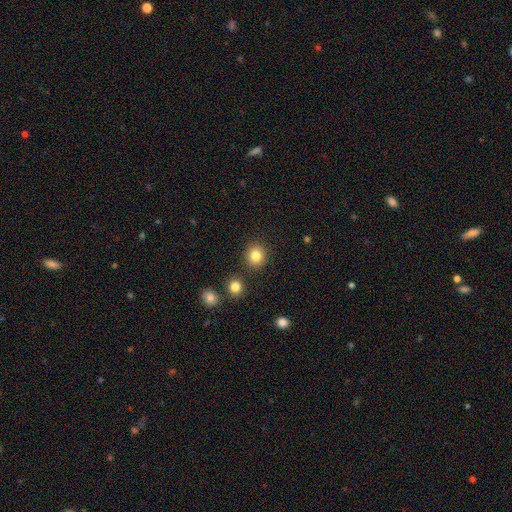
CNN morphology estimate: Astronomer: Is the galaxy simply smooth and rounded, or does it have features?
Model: smooth — 84%.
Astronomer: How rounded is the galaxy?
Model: round — 87%.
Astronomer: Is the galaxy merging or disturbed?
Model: none — 87%.